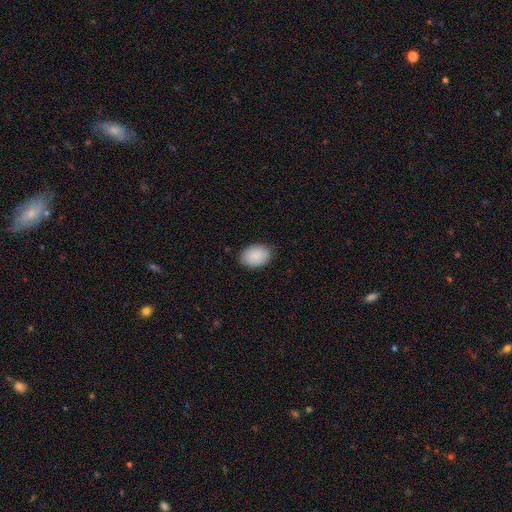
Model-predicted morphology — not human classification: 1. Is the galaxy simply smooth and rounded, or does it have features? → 88% smooth, 6% featured or disk, 6% star or artifact.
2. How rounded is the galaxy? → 82% in between, 17% round, 1% cigar-shaped.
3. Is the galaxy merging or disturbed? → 85% none, 12% minor disturbance, 2% major disturbance, 1% merger.